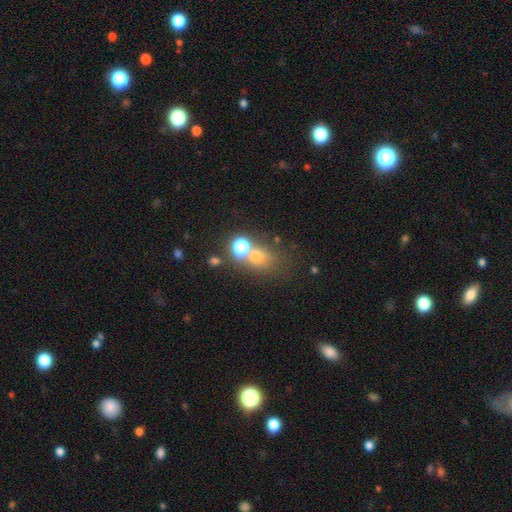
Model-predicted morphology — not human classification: Overall: smooth (59%; star or artifact 27%). How rounded: round (62%; in between 37%). Merging: none (49%; merger 32%).